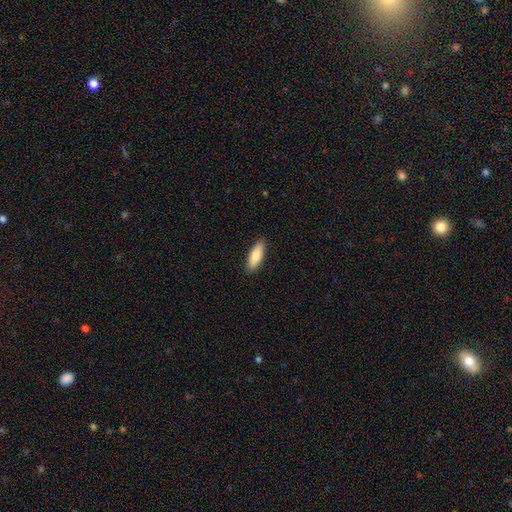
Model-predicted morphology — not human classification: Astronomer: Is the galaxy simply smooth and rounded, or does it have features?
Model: smooth — 81%.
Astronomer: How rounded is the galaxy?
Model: in between — 63%.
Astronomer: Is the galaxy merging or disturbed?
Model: none — 89%.